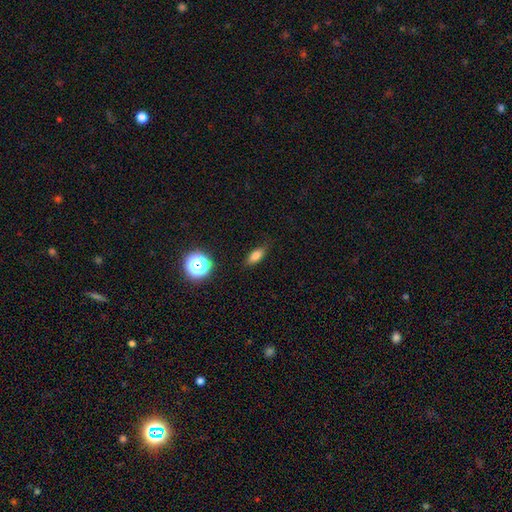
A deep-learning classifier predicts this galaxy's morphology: A smooth galaxy with no disk features (78%) that is in between round and cigar-shaped (75%). Merging: none (82%).